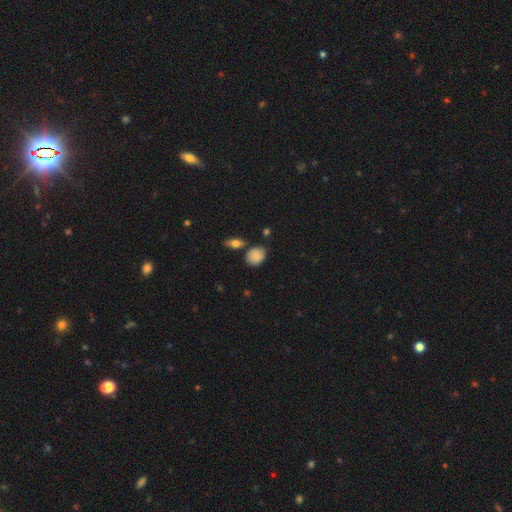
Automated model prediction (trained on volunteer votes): A smooth galaxy with no disk features (77%) that is in between round and cigar-shaped (57%). Merging: none (66%).